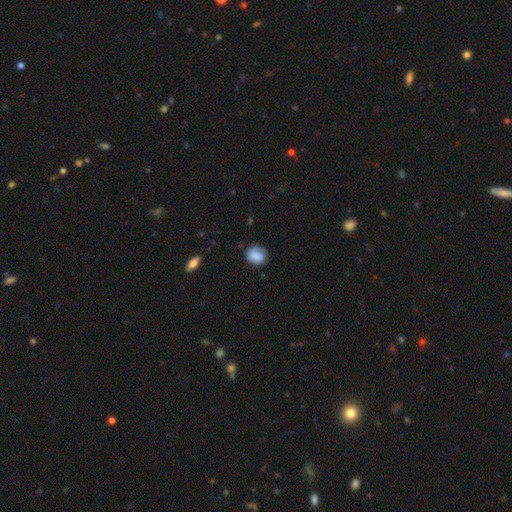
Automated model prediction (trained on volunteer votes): The model was most divided on "how rounded": round: 67%, in between: 32%, cigar-shaped: 1%. More confident: smooth or featured — smooth (85%); merging — none (74%).